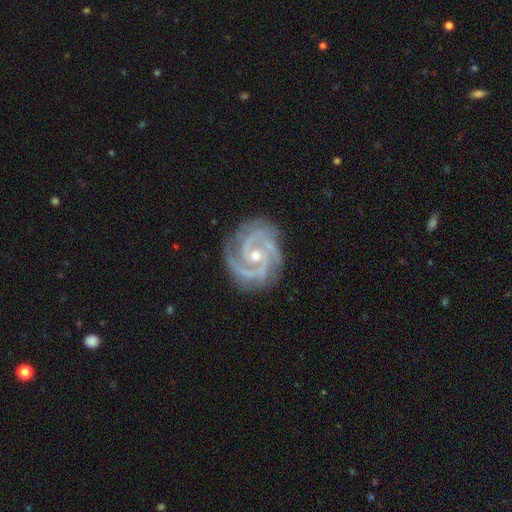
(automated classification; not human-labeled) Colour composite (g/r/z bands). It shows a featured or disk galaxy (94%) with no bar (62%), 2 (46%) tight (59%) spiral arms (99%) and a small central bulge (52%). Merging: none (79%).